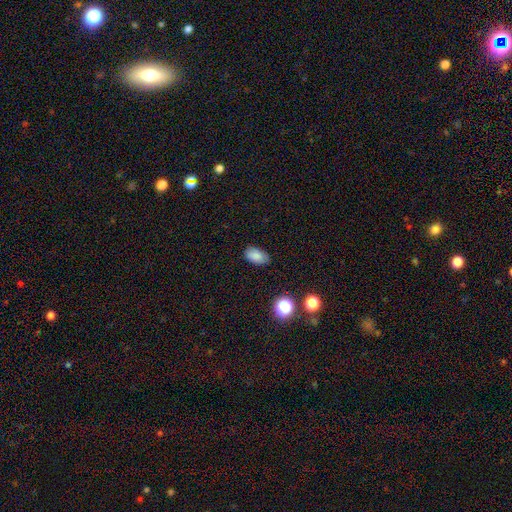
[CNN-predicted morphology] smooth-or-featured: smooth: 84% | star or artifact: 10% | featured or disk: 6%
  how-rounded: in between: 92% | round: 6% | cigar-shaped: 2%
  merging: none: 80% | minor disturbance: 16% | major disturbance: 3% | merger: 1%